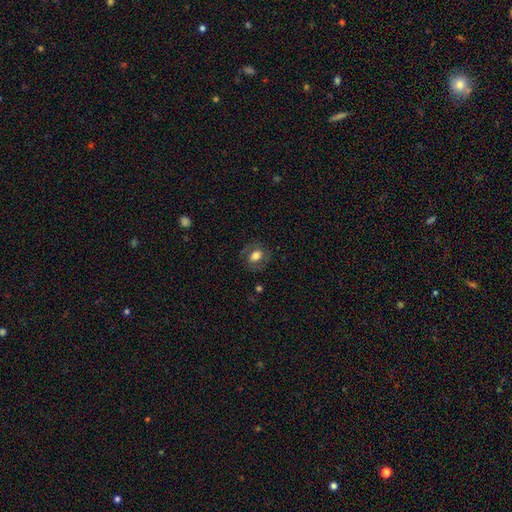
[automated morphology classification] smooth_or_featured: smooth (p=0.66) [alt: featured or disk p=0.25]
how_rounded: in between (p=0.67) [alt: round p=0.31]
merging: none (p=0.77) [alt: minor disturbance p=0.14]